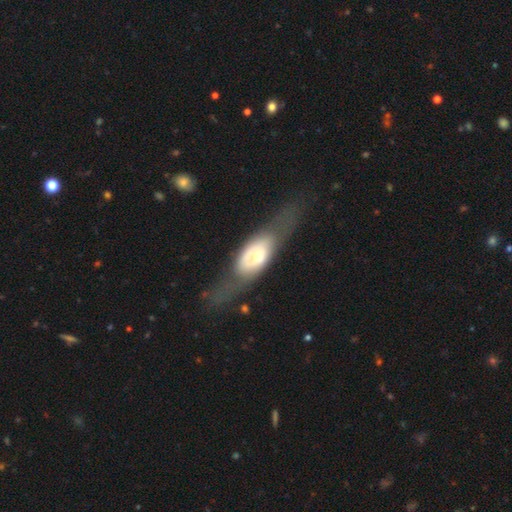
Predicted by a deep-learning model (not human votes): Smooth or featured: featured or disk — 51% (smooth — 43%)
Edge-on disk: no — 64% (yes — 36%)
Merging: none — 43% (major disturbance — 32%)